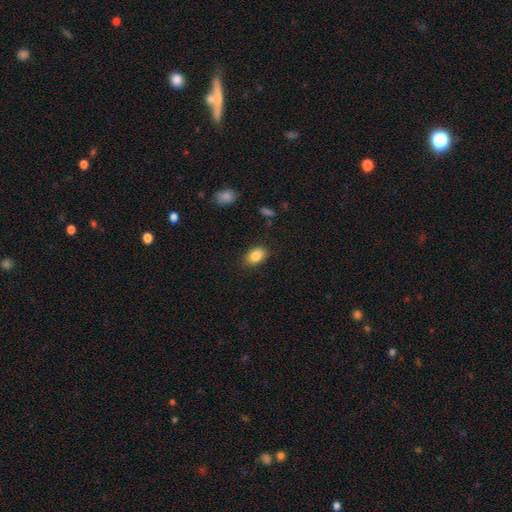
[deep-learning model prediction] This is clearly a smooth galaxy (84%). How rounded: clearly in between (84%). Merging: clearly none (84%).